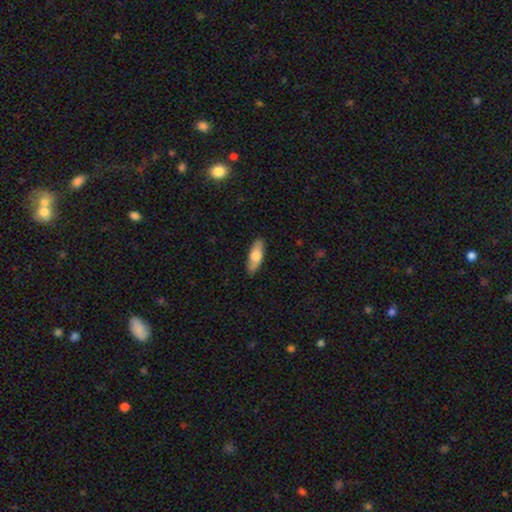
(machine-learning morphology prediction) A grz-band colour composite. It shows a smooth galaxy with no disk features (70%) that is in between round and cigar-shaped (63%). Merging: none (85%).